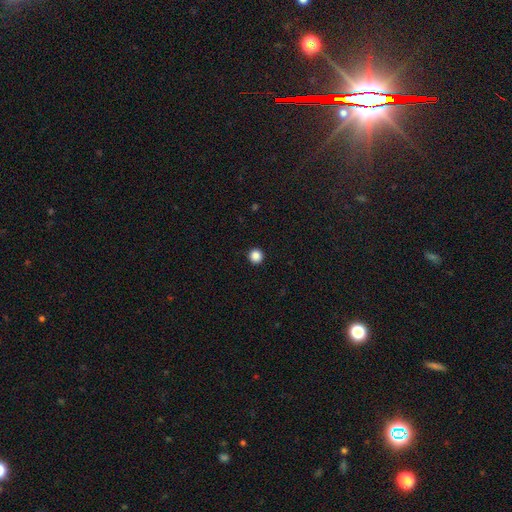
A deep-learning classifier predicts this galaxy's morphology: This is clearly a smooth galaxy (87%). How rounded: clearly round (96%). Merging: clearly none (94%).